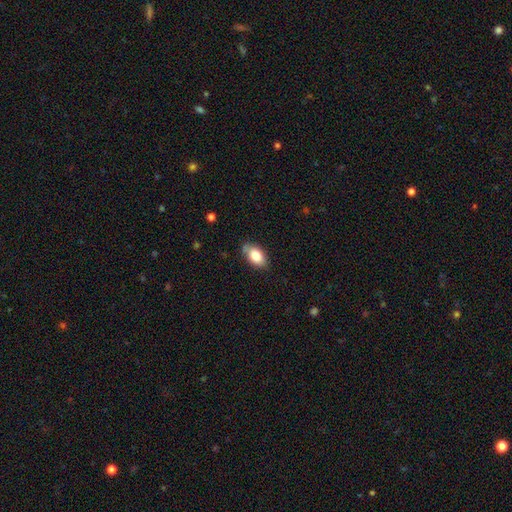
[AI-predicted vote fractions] Smooth or featured? smooth (82%)
How rounded? in between (91%)
Merging? none (74%)